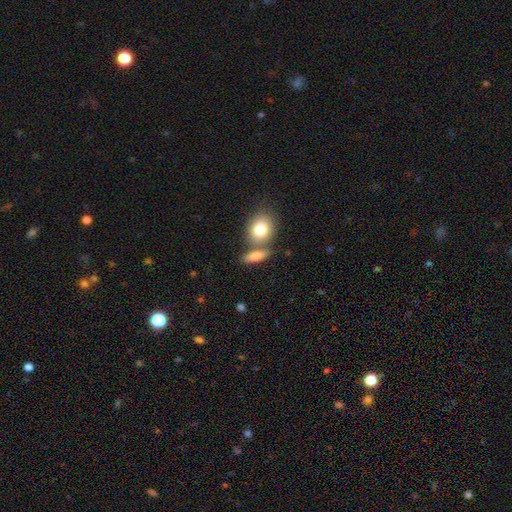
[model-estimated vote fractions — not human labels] Smooth or featured? smooth (77%)
How rounded? in between (60%)
Merging? none (58%)